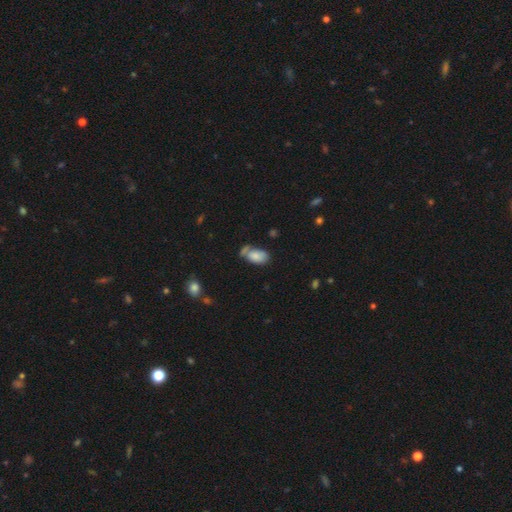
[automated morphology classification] Smooth or featured? Predicted: smooth (p=0.77). How rounded? Predicted: in between (p=0.92). Merging? Predicted: none (p=0.40).